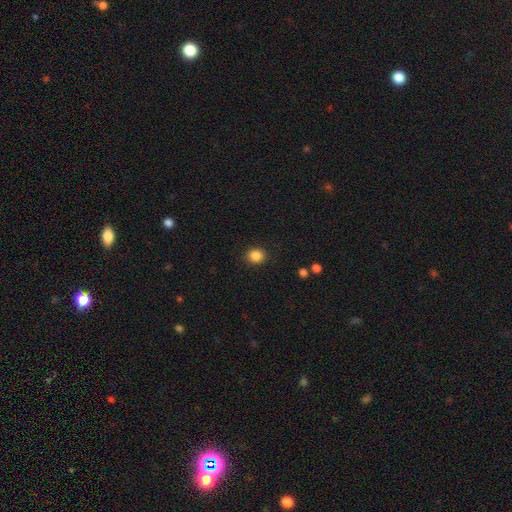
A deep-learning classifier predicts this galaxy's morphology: smooth 85%, star or artifact 11%, featured or disk 4%. Down the decision tree: how rounded — round (82%); merging — none (90%).